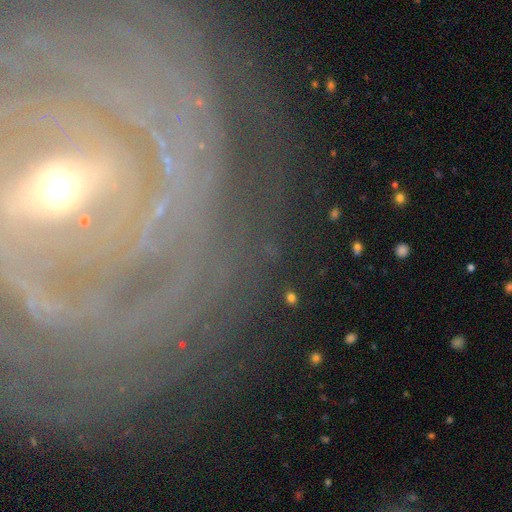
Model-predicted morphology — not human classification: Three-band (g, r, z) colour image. It shows a featured or disk galaxy (76%) with a strong bar (44%), tight (82%) spiral arms (85%) and a small central bulge (49%). Merging: none (78%).